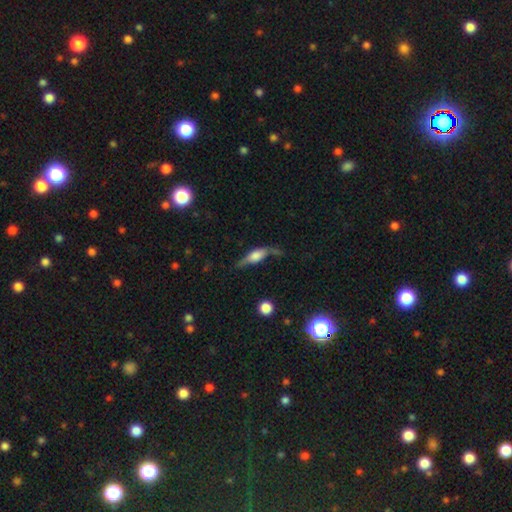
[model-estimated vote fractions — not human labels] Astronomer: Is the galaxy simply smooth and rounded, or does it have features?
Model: featured or disk — 62%.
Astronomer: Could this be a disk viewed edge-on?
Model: yes — 88%.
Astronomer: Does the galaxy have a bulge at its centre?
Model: rounded — 76%.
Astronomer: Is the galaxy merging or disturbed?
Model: none — 59%.